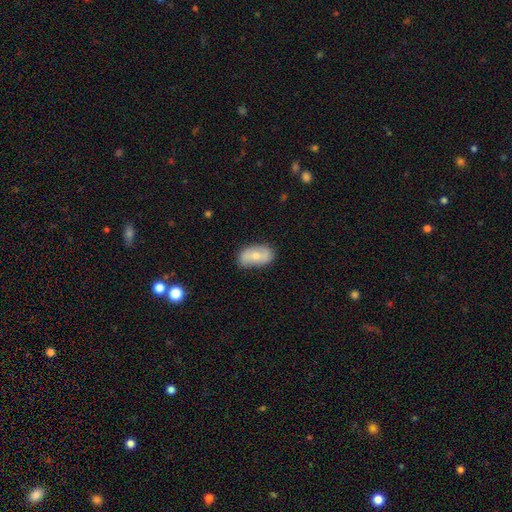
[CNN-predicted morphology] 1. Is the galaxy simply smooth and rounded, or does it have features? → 58% smooth, 36% featured or disk, 7% star or artifact.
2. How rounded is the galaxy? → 92% in between, 5% round, 3% cigar-shaped.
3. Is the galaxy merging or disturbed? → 74% none, 20% minor disturbance, 4% major disturbance, 2% merger.